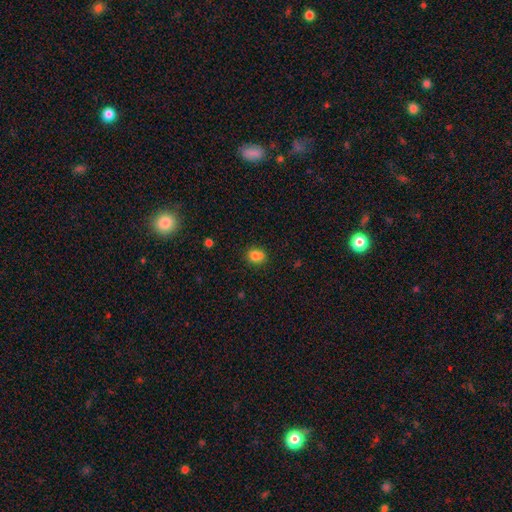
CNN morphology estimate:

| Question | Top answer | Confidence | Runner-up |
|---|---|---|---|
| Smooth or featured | smooth | 79% | star or artifact (12%) |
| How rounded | round | 61% | in between (38%) |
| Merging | none | 58% | merger (20%) |